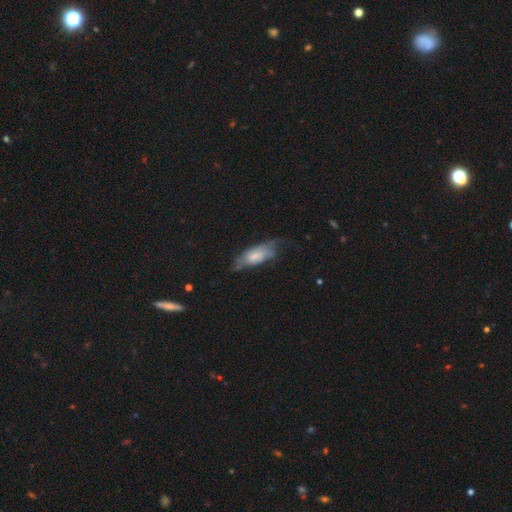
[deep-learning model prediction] smooth_or_featured: smooth (p=0.57) [alt: featured or disk p=0.36]
how_rounded: in between (p=0.74) [alt: cigar-shaped p=0.23]
merging: none (p=0.41) [alt: minor disturbance p=0.35]